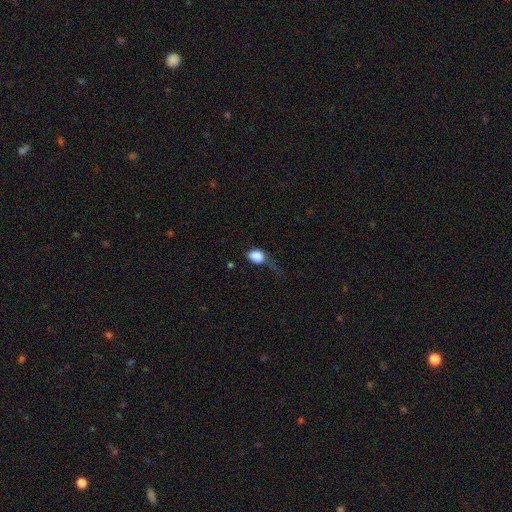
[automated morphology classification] smooth_or_featured: smooth (p=0.82) [alt: star or artifact p=0.09]
how_rounded: in between (p=0.62) [alt: round p=0.36]
merging: major disturbance (p=0.37) [alt: minor disturbance p=0.31]